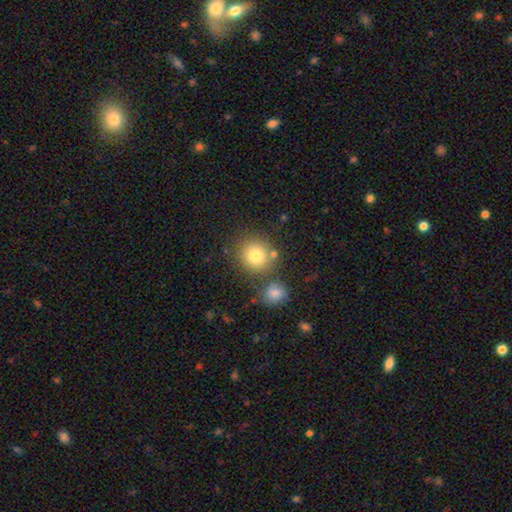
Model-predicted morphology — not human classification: This appears to be a smooth galaxy with no disk features (79%) that is round (89%). Merging: none (72%).